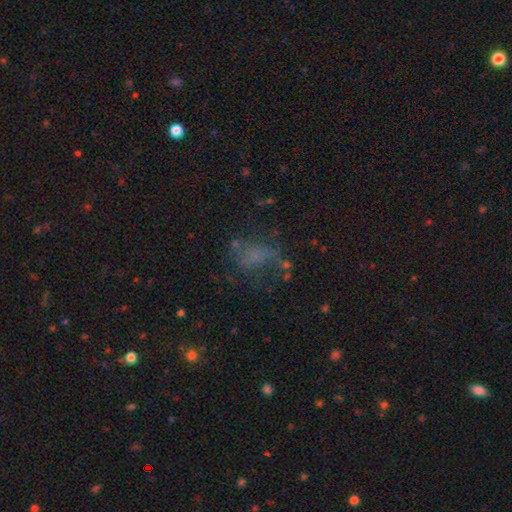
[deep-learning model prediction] smooth 40%, featured or disk 33%, star or artifact 27%. Down the decision tree: merging — none (39%).